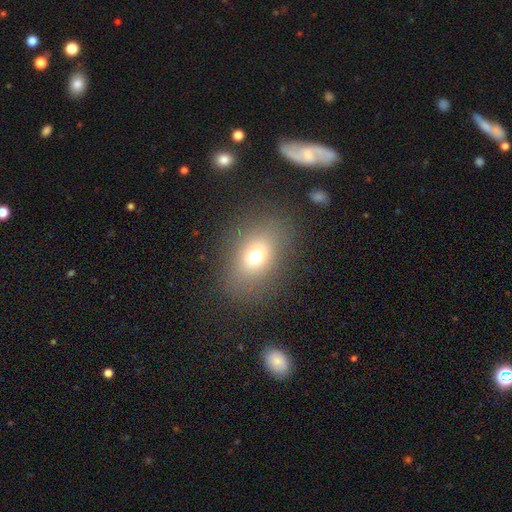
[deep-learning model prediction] Morphology: type=smooth (70%); roundness=in between (67%); merging=none (83%).